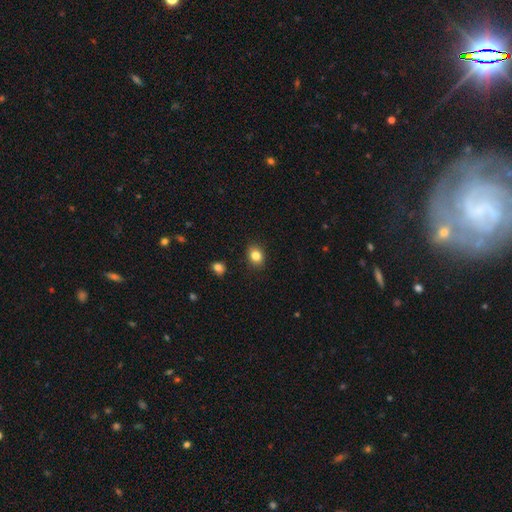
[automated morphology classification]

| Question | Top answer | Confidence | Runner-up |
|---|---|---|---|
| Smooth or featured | smooth | 83% | star or artifact (10%) |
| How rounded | in between | 54% | round (45%) |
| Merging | none | 87% | minor disturbance (10%) |